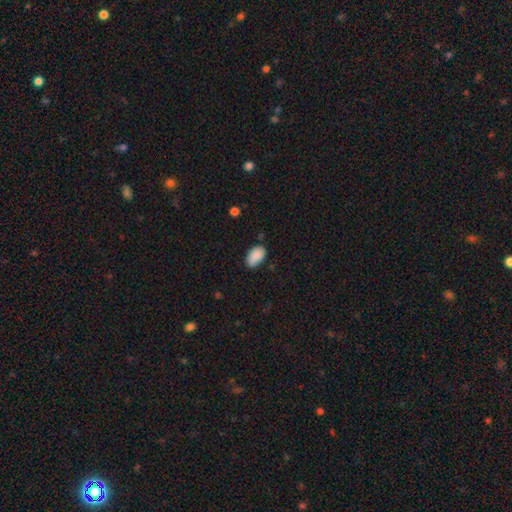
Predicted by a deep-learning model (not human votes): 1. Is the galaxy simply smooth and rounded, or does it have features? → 89% smooth, 7% star or artifact, 4% featured or disk.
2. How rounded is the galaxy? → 94% in between, 5% round, 1% cigar-shaped.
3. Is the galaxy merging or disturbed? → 75% none, 19% minor disturbance, 3% major disturbance, 2% merger.